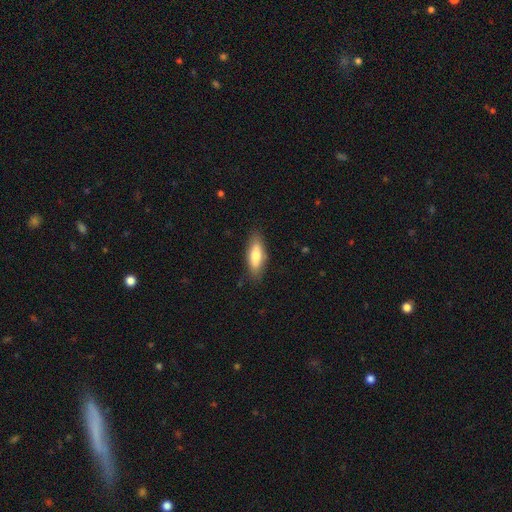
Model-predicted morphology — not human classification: Overall: smooth (75%). How rounded: in between (64%; cigar-shaped 34%). Merging: none (84%).